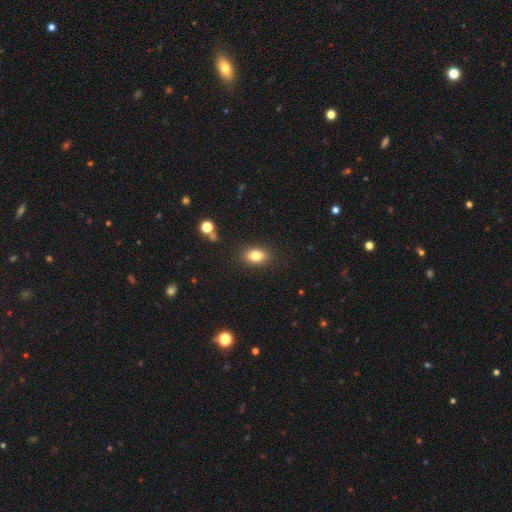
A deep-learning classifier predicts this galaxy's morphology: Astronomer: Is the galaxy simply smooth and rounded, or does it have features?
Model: smooth — 82%.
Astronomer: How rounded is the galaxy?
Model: in between — 73%.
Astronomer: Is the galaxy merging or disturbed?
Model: none — 86%.